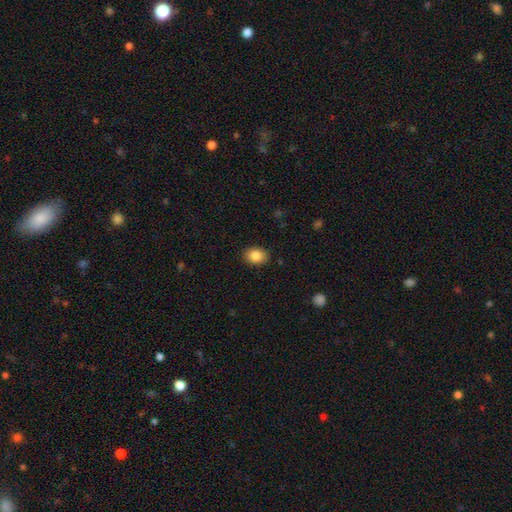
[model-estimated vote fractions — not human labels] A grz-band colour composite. It shows a smooth galaxy with no disk features (86%) that is in between round and cigar-shaped (70%). Merging: none (89%).